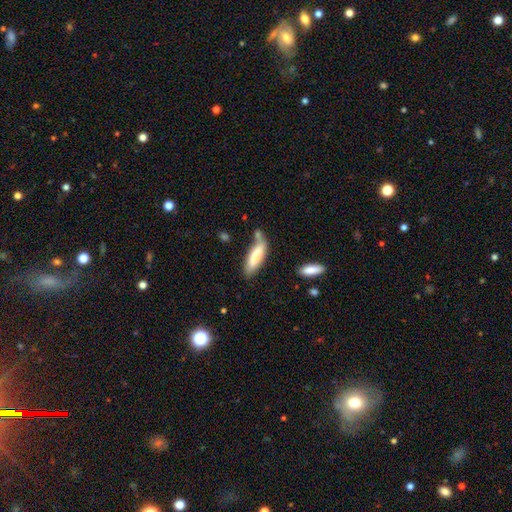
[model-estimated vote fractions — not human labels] Smooth or featured: smooth — 79% (featured or disk — 14%)
How rounded: cigar-shaped — 54% (in between — 44%)
Merging: none — 50% (minor disturbance — 26%)